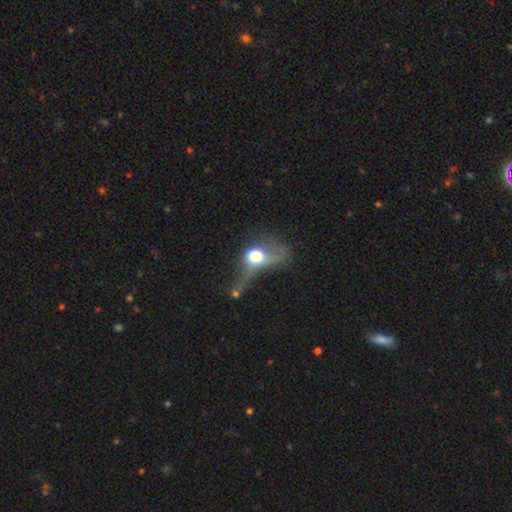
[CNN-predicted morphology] Overall: smooth (54%; featured or disk 35%). How rounded: in between (50%; round 45%). Merging: major disturbance (57%).